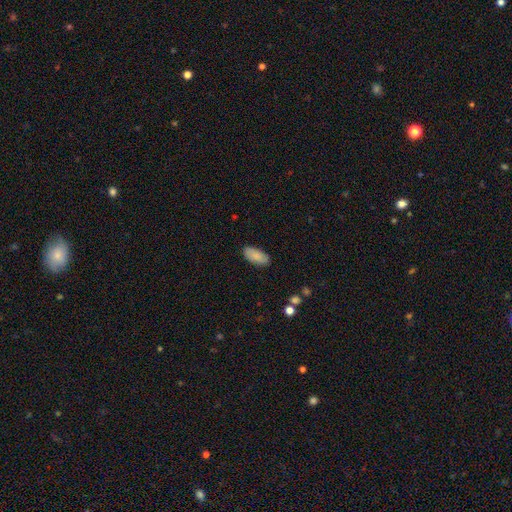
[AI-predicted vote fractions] Smooth or featured?
  - smooth: 87% *
  - star or artifact: 6%
  - featured or disk: 6%
How rounded?
  - in between: 91% *
  - cigar-shaped: 8%
  - round: 2%
Merging?
  - none: 86% *
  - minor disturbance: 10%
  - major disturbance: 2%
  - merger: 1%